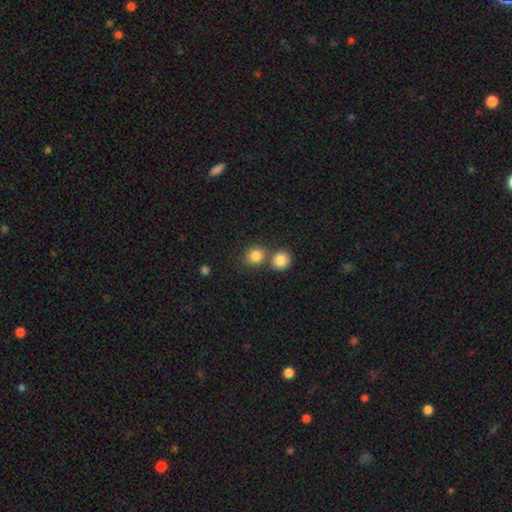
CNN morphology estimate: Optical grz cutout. It shows a smooth galaxy with no disk features (85%) that is round (84%). Merging: none (57%).